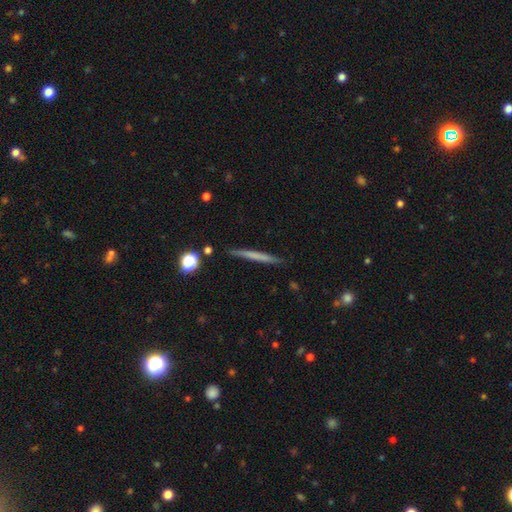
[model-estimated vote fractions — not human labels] Overall: smooth (53%; featured or disk 40%). How rounded: cigar-shaped (96%). Merging: none (89%).